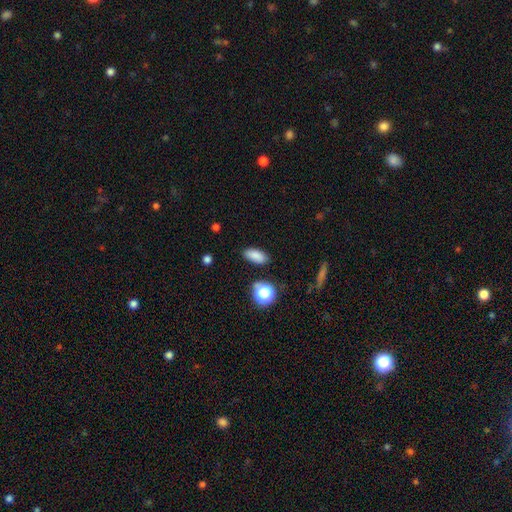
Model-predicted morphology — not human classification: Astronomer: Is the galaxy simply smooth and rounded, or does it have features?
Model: smooth — 83%.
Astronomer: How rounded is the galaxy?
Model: in between — 83%.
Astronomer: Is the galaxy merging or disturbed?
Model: none — 85%.